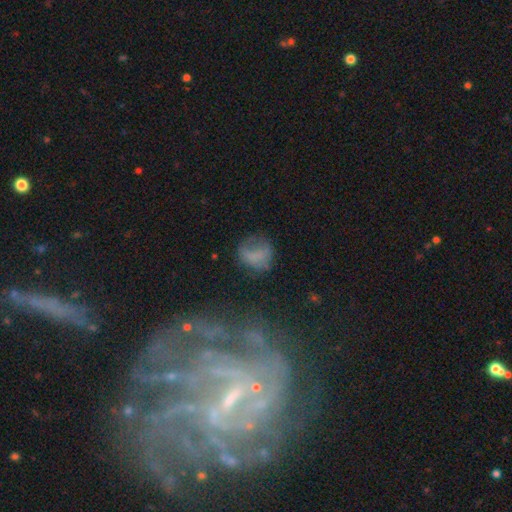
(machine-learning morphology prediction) Overall: smooth (64%). How rounded: round (66%; in between 32%). Merging: none (48%; minor disturbance 25%).